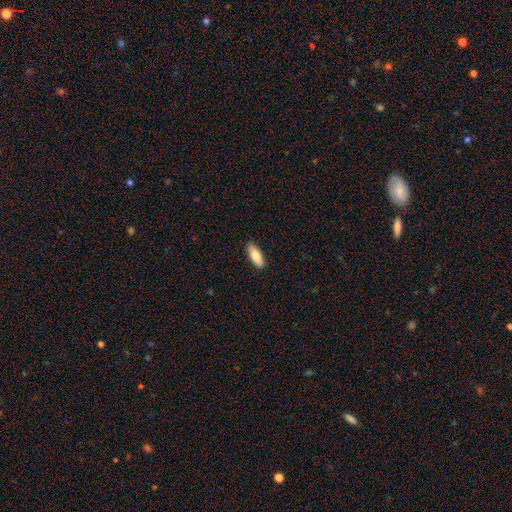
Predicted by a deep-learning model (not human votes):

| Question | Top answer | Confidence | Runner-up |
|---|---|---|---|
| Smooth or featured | smooth | 81% | featured or disk (13%) |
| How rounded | in between | 75% | cigar-shaped (23%) |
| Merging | none | 89% | minor disturbance (8%) |